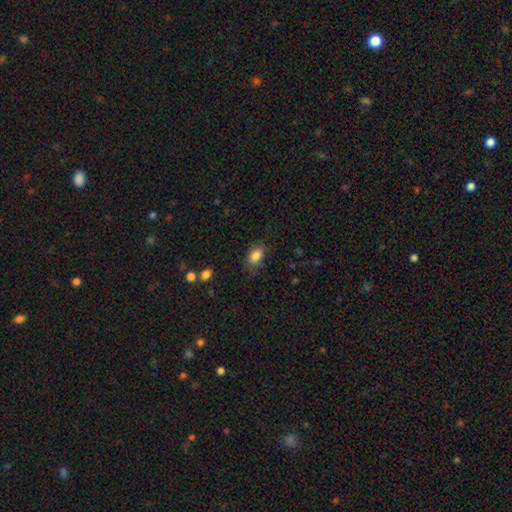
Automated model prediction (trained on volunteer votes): Overall: smooth (85%). How rounded: in between (83%). Merging: none (66%).